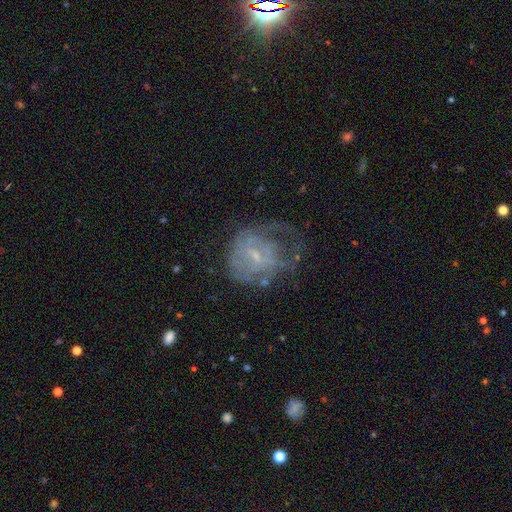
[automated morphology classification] This appears to be a featured or disk galaxy (61%) with no bar (55%), spiral arms (53%) and a small central bulge (67%). Merging: none (39%).